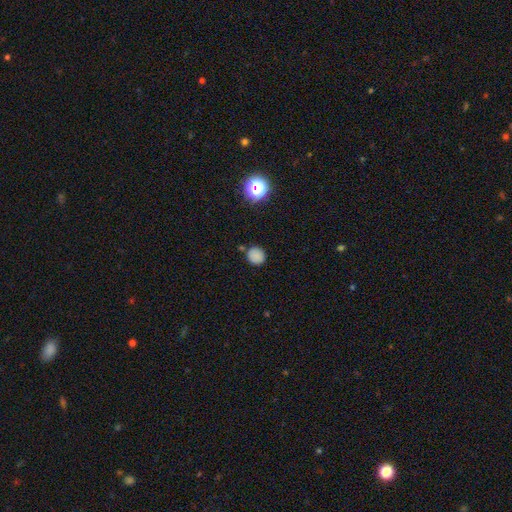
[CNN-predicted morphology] type=smooth (82%); roundness=round (89%); merging=none (83%).